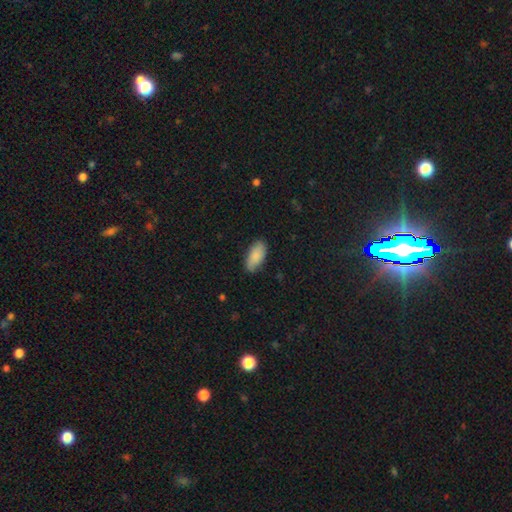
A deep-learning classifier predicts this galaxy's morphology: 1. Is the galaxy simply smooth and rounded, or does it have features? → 87% smooth, 7% featured or disk, 6% star or artifact.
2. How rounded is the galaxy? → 90% in between, 8% cigar-shaped, 2% round.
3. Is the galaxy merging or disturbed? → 81% none, 15% minor disturbance, 2% major disturbance, 1% merger.